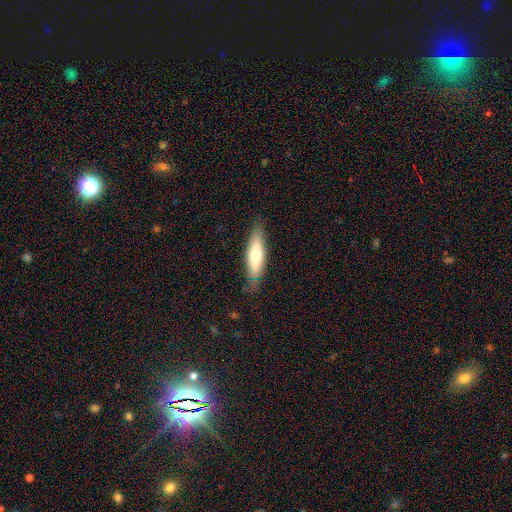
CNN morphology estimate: Smooth or featured? Predicted: smooth (p=0.62). How rounded? Predicted: cigar-shaped (p=0.56). Merging? Predicted: none (p=0.80).